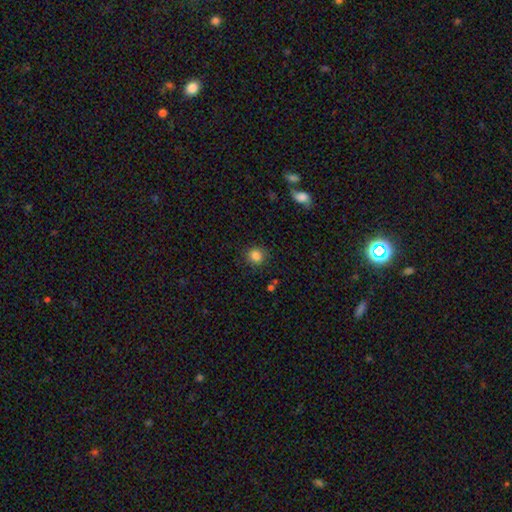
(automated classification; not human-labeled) Smooth or featured: smooth — 84% (star or artifact — 11%)
How rounded: round — 85% (in between — 14%)
Merging: none — 85% (minor disturbance — 10%)